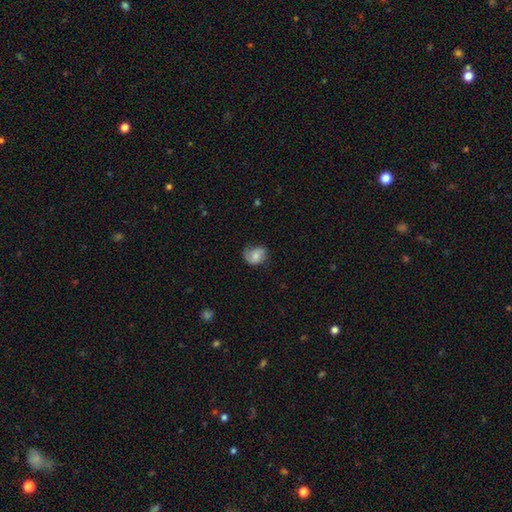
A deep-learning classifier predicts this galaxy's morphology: This is possibly a smooth galaxy (57%). How rounded: possibly round (50%). Merging: possibly none (60%).